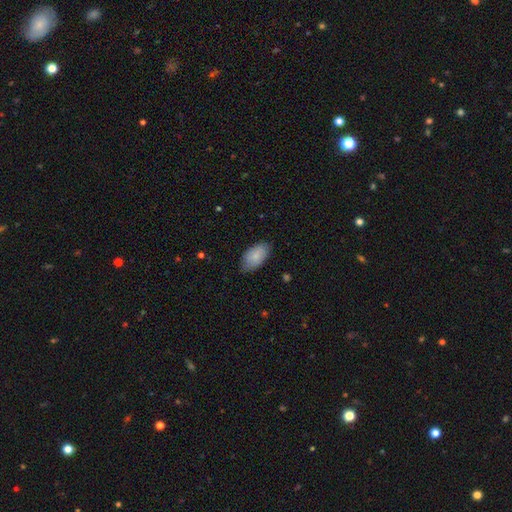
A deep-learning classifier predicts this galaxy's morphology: smooth 83%, featured or disk 11%, star or artifact 6%. Down the decision tree: how rounded — in between (94%); merging — none (76%).